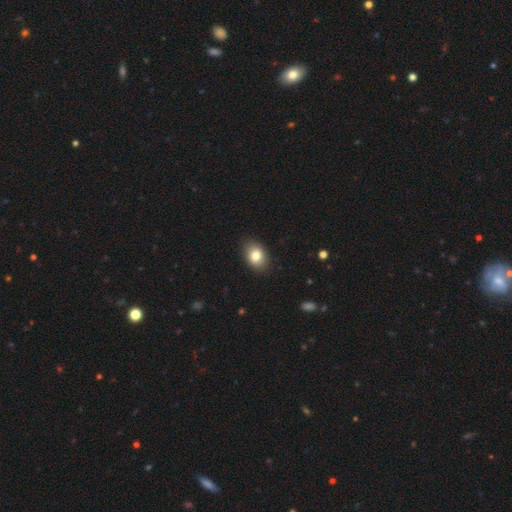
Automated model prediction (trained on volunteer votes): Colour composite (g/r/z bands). It shows a smooth galaxy with no disk features (82%) that is in between round and cigar-shaped (74%). Merging: none (87%).